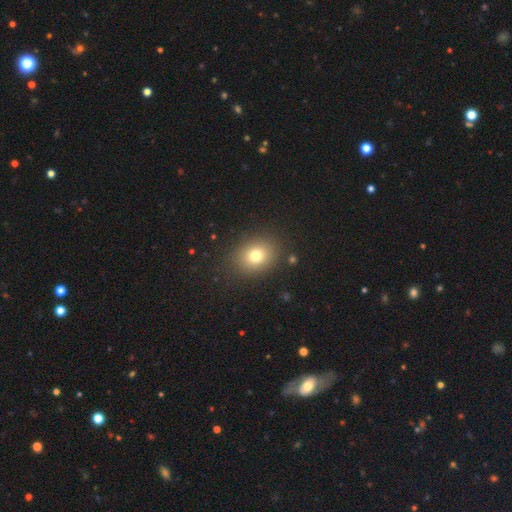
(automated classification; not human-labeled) A smooth galaxy with no disk features (76%) that is round (56%).

Vote fractions:
- Smooth or featured? smooth: 76% / star or artifact: 14% / featured or disk: 10%
- How rounded? round: 56% / in between: 43% / cigar-shaped: 1%
- Merging? none: 86% / minor disturbance: 9% / major disturbance: 4% / merger: 2%